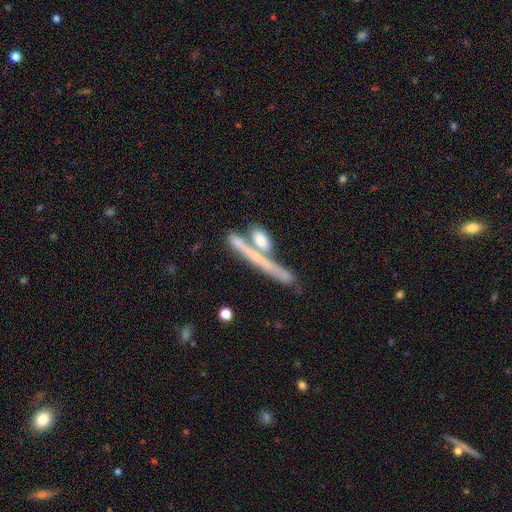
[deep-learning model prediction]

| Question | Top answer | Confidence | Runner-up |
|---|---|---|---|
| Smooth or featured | featured or disk | 46% | smooth (44%) |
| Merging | none | 46% | merger (35%) |